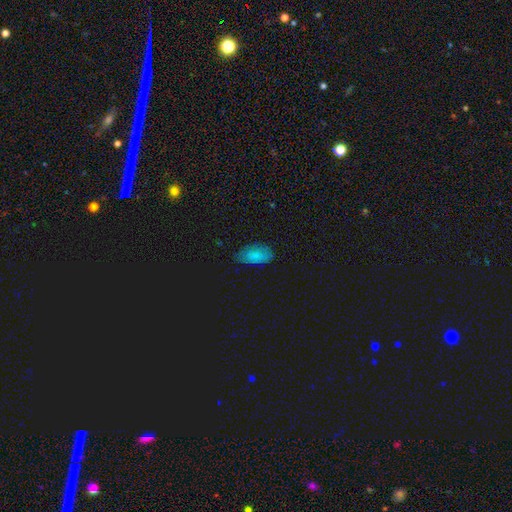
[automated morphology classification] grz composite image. It shows a smooth galaxy with no disk features (79%) that is in between round and cigar-shaped (93%). Merging: none (70%).